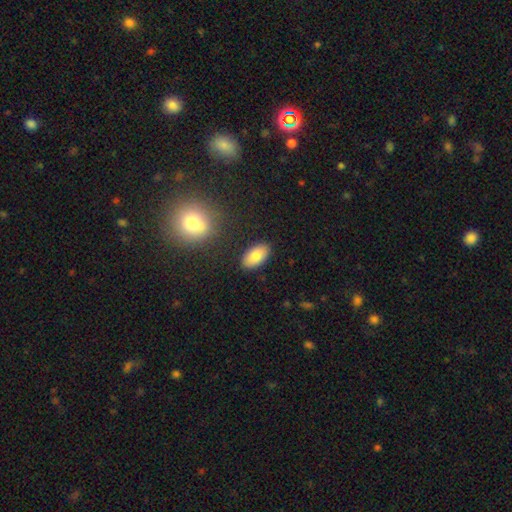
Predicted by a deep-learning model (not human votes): Smooth or featured? smooth (83%)
How rounded? in between (94%)
Merging? none (87%)